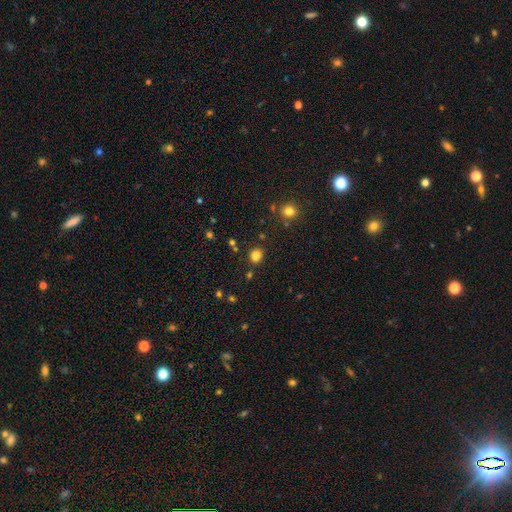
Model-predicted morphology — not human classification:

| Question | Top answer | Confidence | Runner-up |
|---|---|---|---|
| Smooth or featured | smooth | 81% | star or artifact (15%) |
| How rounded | round | 64% | in between (35%) |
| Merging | none | 82% | minor disturbance (10%) |